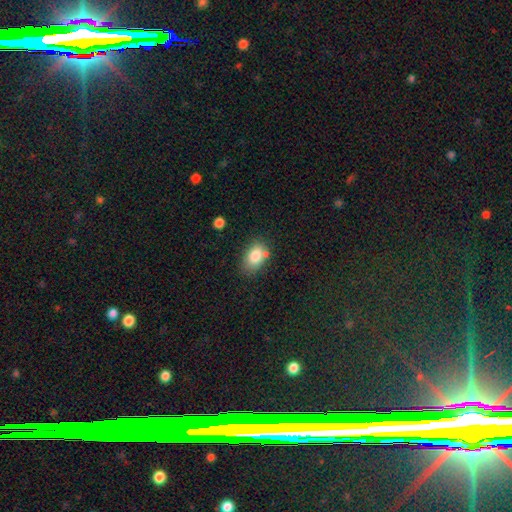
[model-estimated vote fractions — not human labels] This is clearly a smooth galaxy (82%). How rounded: clearly in between (85%). Merging: likely none (66%).